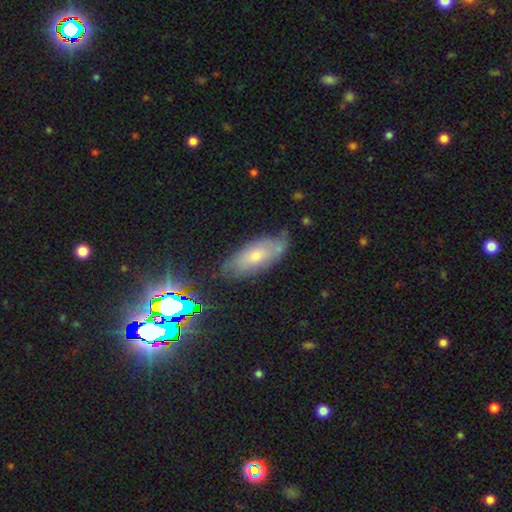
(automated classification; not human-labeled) Smooth or featured?
  - smooth: 50% *
  - featured or disk: 36%
  - star or artifact: 15%
Merging?
  - none: 67% *
  - minor disturbance: 24%
  - major disturbance: 6%
  - merger: 3%